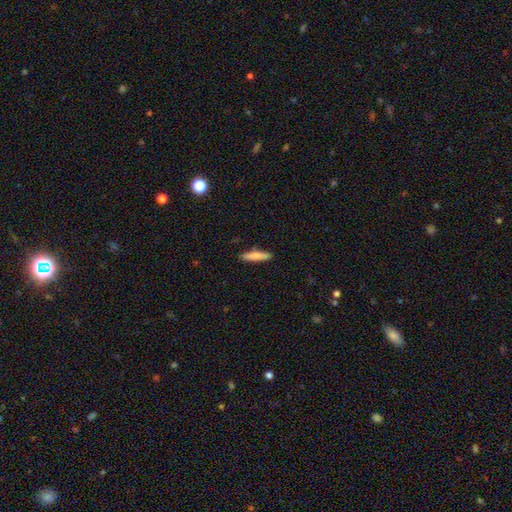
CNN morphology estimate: smooth_or_featured: smooth (p=0.80) [alt: featured or disk p=0.15]
how_rounded: cigar-shaped (p=0.87) [alt: in between p=0.11]
merging: none (p=0.89) [alt: minor disturbance p=0.08]